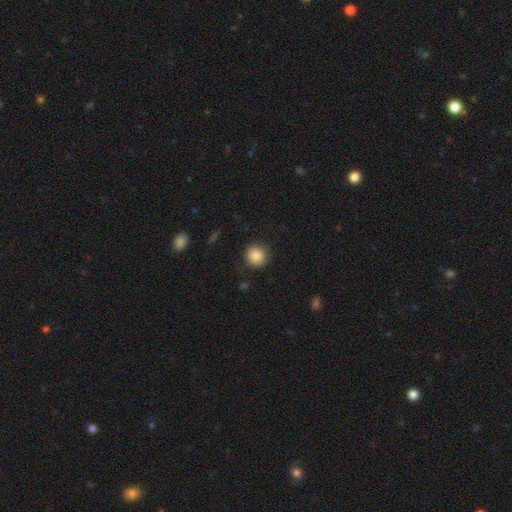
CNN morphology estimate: A smooth galaxy with no disk features (85%) that is round (92%). Merging: none (88%).